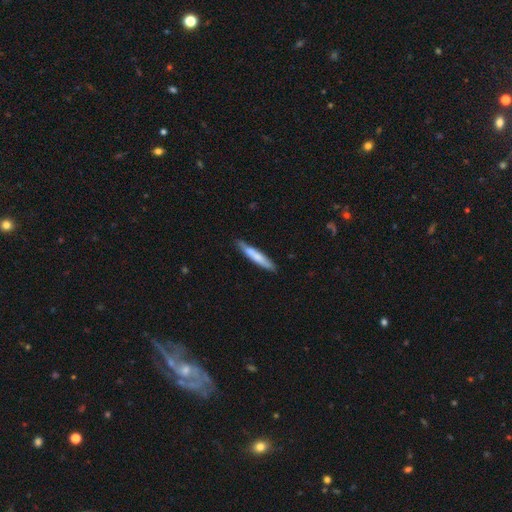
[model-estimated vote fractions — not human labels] Smooth or featured? smooth (68%)
How rounded? cigar-shaped (92%)
Merging? none (82%)